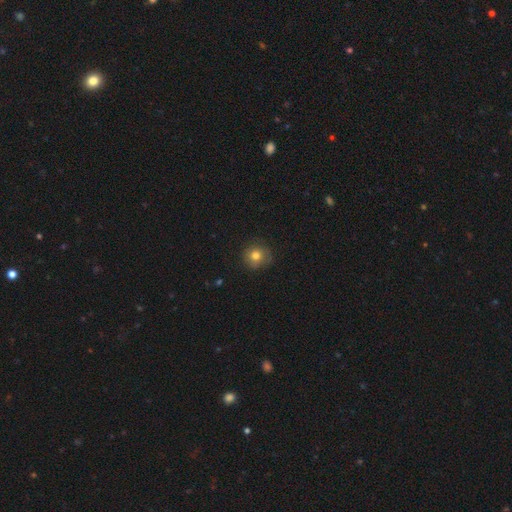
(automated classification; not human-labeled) Smooth or featured: smooth — 77% (featured or disk — 12%)
How rounded: round — 91% (in between — 9%)
Merging: none — 81% (minor disturbance — 14%)